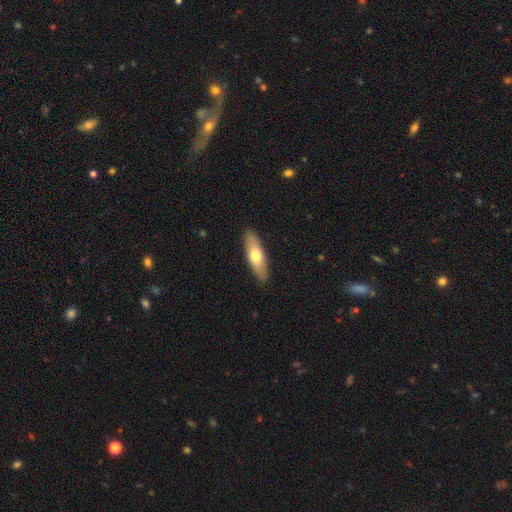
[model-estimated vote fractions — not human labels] This appears to be a smooth galaxy with no disk features (63%) that is in between round and cigar-shaped (52%). Merging: none (89%).